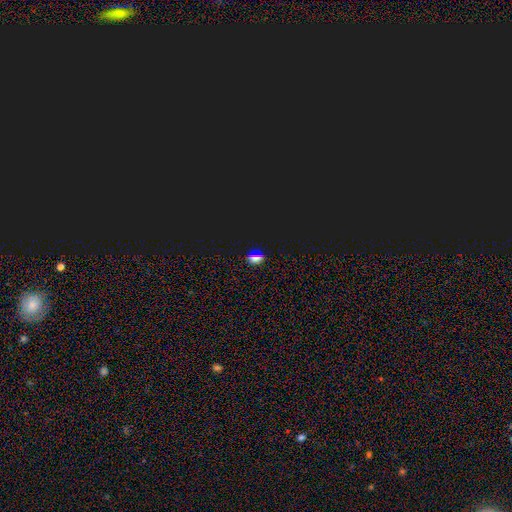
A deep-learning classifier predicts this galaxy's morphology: smooth-or-featured: smooth: 49% | star or artifact: 41% | featured or disk: 9%
  merging: none: 87% | minor disturbance: 8% | major disturbance: 3% | merger: 2%